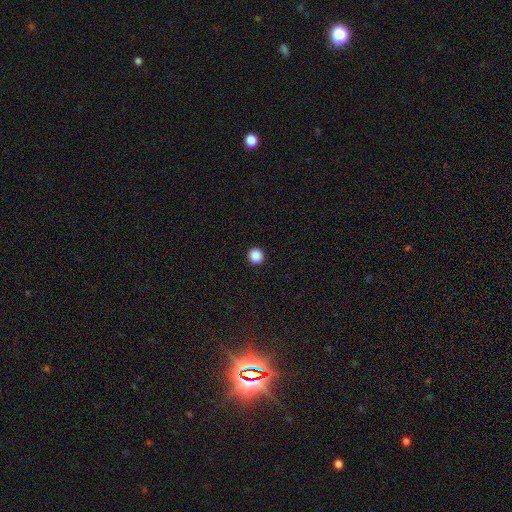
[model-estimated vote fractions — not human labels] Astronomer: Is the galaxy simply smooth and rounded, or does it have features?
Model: smooth — 88%.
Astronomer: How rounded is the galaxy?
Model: round — 94%.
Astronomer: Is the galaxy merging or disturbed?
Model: none — 94%.